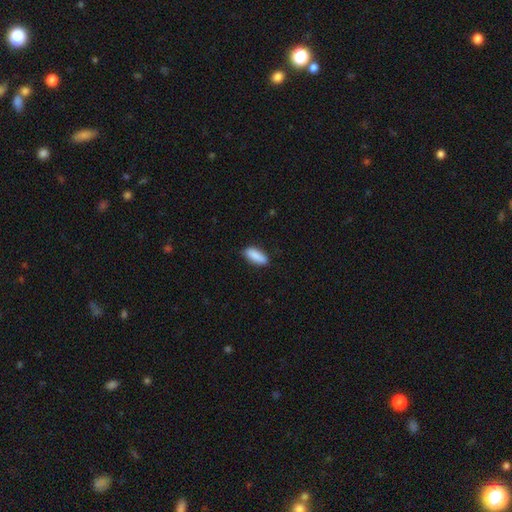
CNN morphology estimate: Smooth or featured? smooth (89%)
How rounded? in between (77%)
Merging? none (85%)